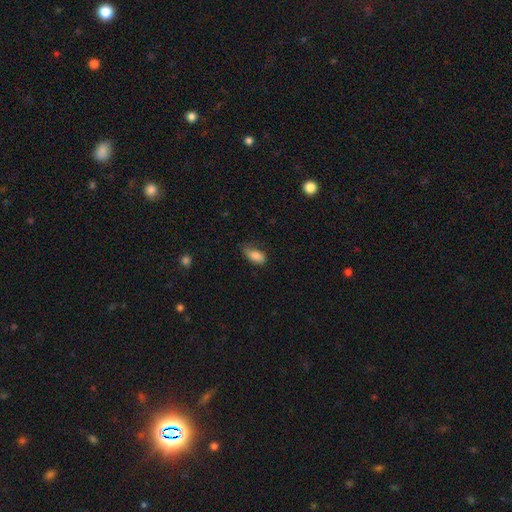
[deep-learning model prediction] Smooth or featured? smooth (84%)
How rounded? in between (91%)
Merging? none (52%)